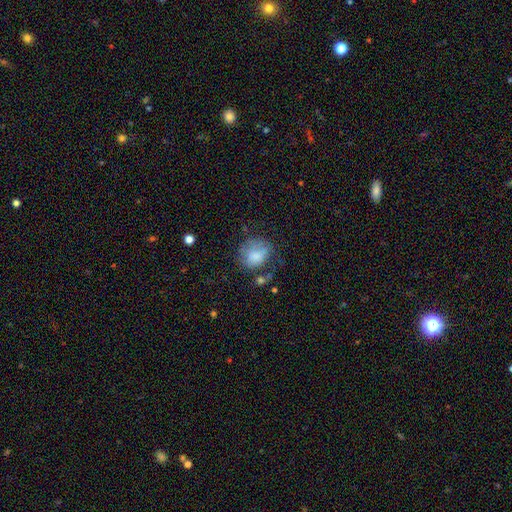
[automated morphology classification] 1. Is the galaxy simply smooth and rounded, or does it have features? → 74% smooth, 18% featured or disk, 9% star or artifact.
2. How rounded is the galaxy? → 62% round, 37% in between, 1% cigar-shaped.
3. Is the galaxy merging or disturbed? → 43% none, 29% minor disturbance, 21% major disturbance, 6% merger.